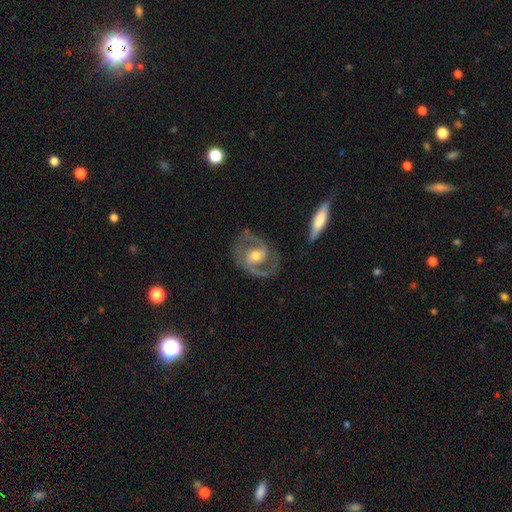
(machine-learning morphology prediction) type=featured or disk (86%); edge-on=no (97%); bar=no (41%, tied with weak); spiral arms=yes (93%); winding=medium (57%); arm count=2 (88%); bulge=moderate (72%); merging=none (73%).